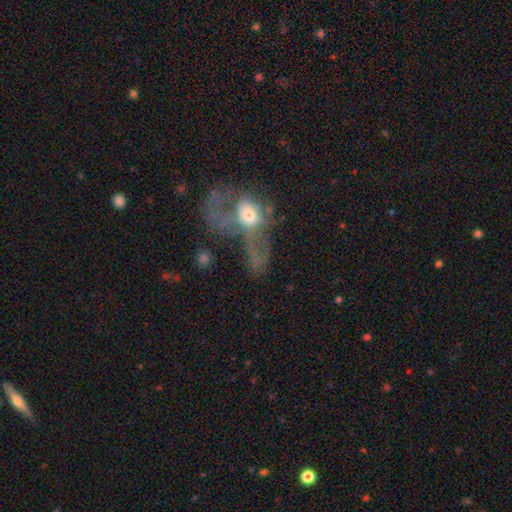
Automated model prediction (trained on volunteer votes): This is possibly a featured or disk galaxy (49%). Merging: possibly major disturbance (52%).